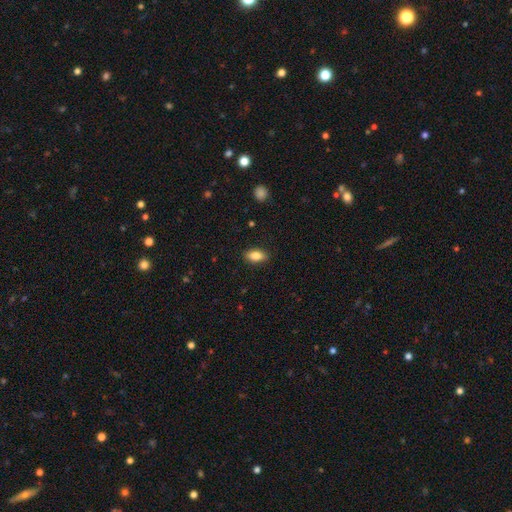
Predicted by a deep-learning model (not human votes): The model was most divided on "smooth or featured": smooth: 83%, featured or disk: 9%, star or artifact: 8%. More confident: how rounded — in between (88%); merging — none (87%).